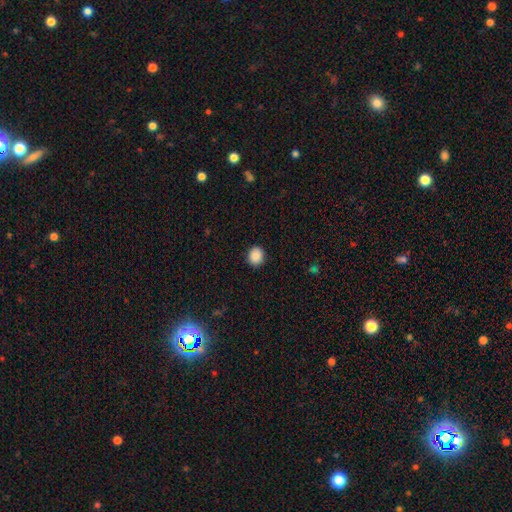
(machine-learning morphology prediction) Smooth or featured: smooth — 88% (star or artifact — 9%)
How rounded: round — 81% (in between — 18%)
Merging: none — 91% (minor disturbance — 7%)